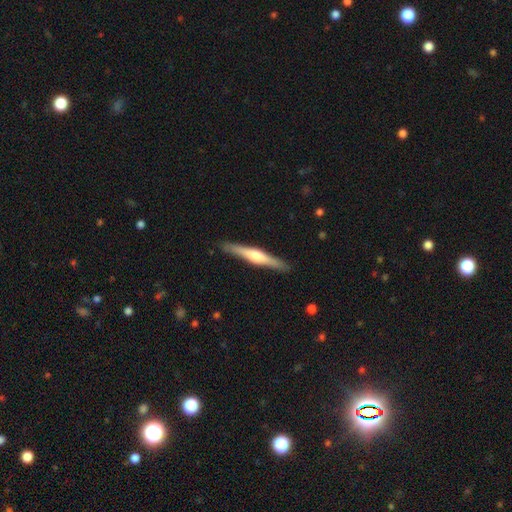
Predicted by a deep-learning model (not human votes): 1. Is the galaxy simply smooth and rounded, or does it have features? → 67% featured or disk, 28% smooth, 5% star or artifact.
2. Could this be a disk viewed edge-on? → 98% yes, 2% no.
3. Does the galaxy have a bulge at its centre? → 86% rounded, 9% boxy, 5% none.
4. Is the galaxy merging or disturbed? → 90% none, 7% minor disturbance, 1% major disturbance, 1% merger.